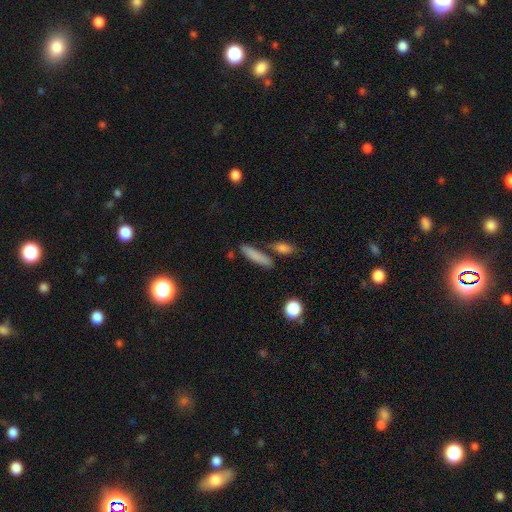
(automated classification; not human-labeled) smooth 78%, featured or disk 13%, star or artifact 8%. Down the decision tree: how rounded — cigar-shaped (76%); merging — none (72%).